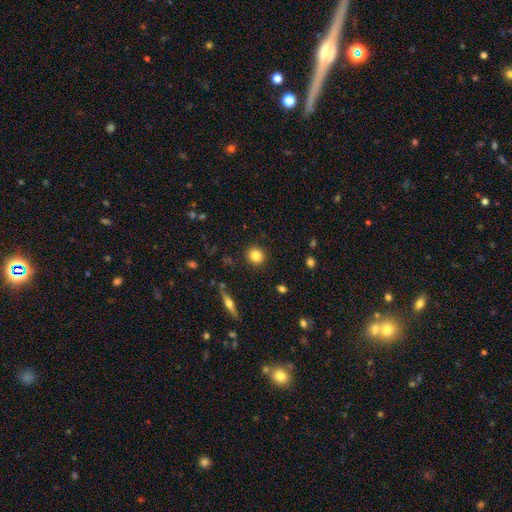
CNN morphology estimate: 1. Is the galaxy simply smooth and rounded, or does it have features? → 83% smooth, 9% star or artifact, 8% featured or disk.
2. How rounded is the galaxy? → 90% round, 9% in between, 1% cigar-shaped.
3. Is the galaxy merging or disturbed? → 90% none, 6% minor disturbance, 2% major disturbance, 1% merger.